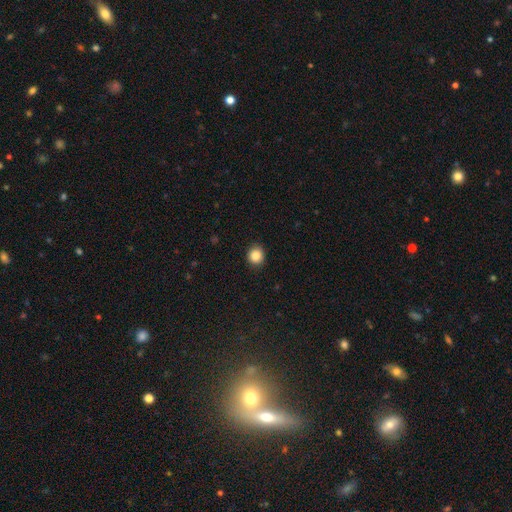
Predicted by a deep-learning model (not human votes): Smooth or featured: smooth — 86% (star or artifact — 10%)
How rounded: round — 84% (in between — 15%)
Merging: none — 89% (minor disturbance — 8%)